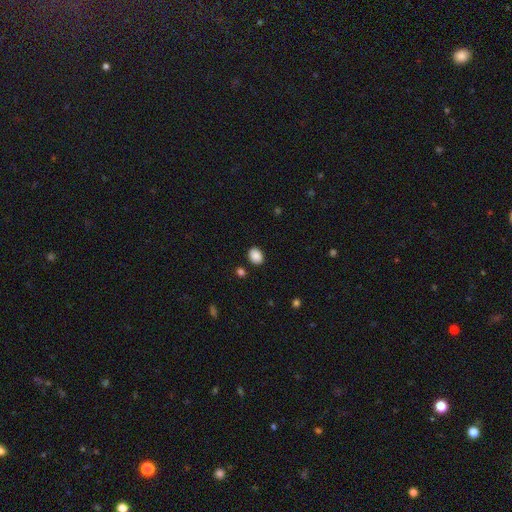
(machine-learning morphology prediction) Q: Smooth or featured?
A: smooth (89%); runner-up: star or artifact (9%)
Q: How rounded?
A: in between (62%); runner-up: round (37%)
Q: Merging?
A: none (87%); runner-up: minor disturbance (9%)